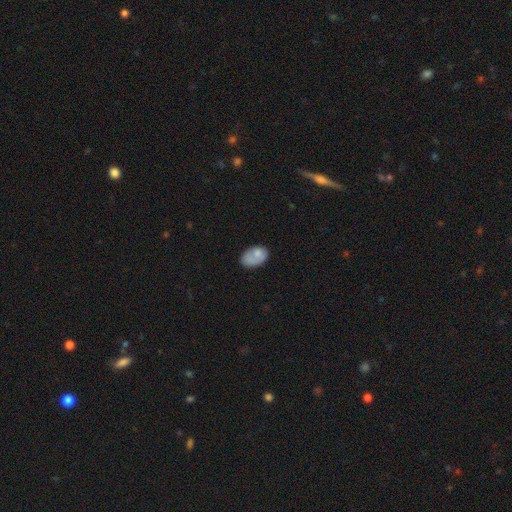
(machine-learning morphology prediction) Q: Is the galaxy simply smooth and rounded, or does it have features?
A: smooth — 72%.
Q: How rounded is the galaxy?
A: in between — 88%.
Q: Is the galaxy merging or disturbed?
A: none — 52%.